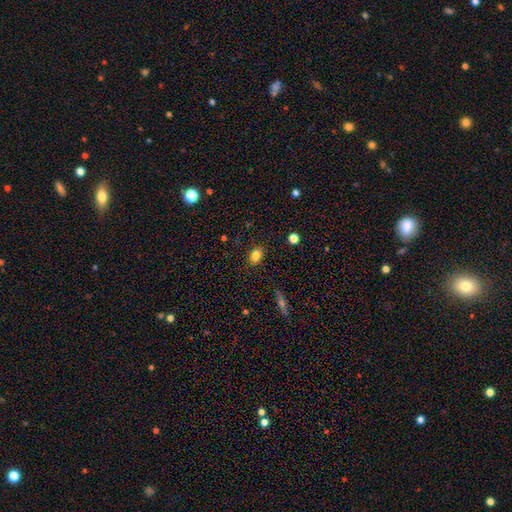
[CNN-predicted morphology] This appears to be a smooth galaxy with no disk features (82%) that is in between round and cigar-shaped (77%). Merging: none (86%).